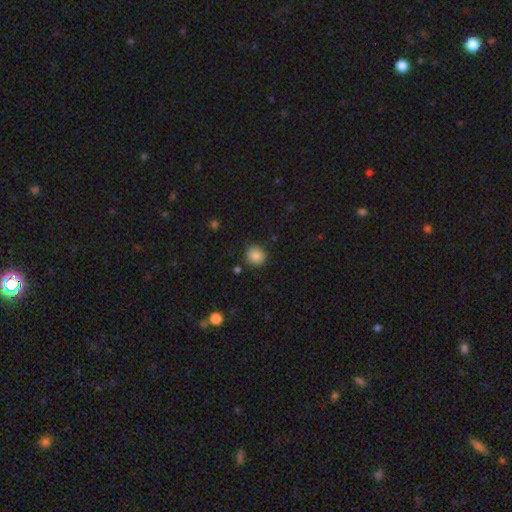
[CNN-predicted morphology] A smooth galaxy with no disk features (87%) that is round (88%). Merging: none (87%).